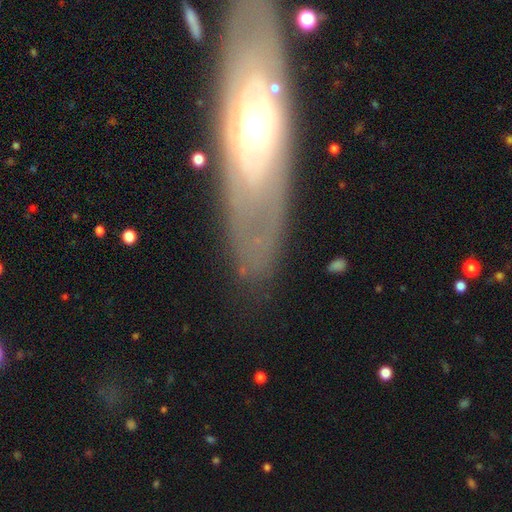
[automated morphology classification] Smooth or featured? featured or disk (63%)
Edge-on disk? no (71%)
Merging? none (66%)